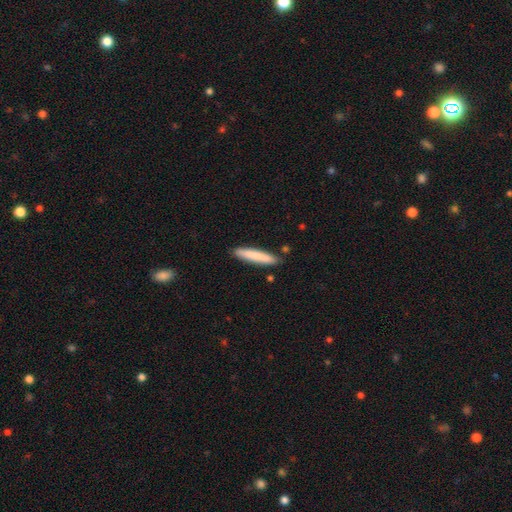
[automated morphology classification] Q: Smooth or featured?
A: smooth (82%); runner-up: featured or disk (13%)
Q: How rounded?
A: cigar-shaped (91%); runner-up: in between (8%)
Q: Merging?
A: none (87%); runner-up: minor disturbance (9%)